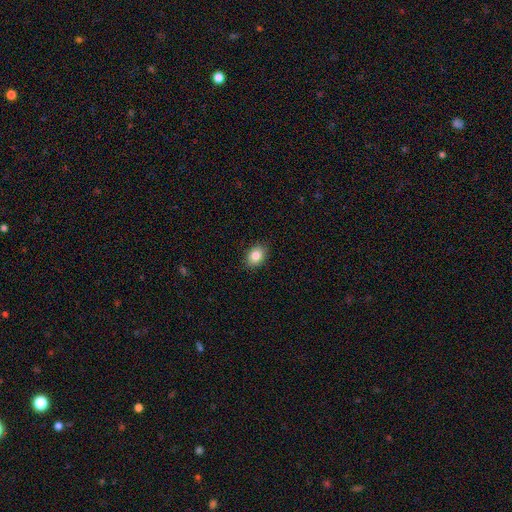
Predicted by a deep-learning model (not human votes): Morphology: type=smooth (85%); roundness=in between (68%); merging=none (88%).